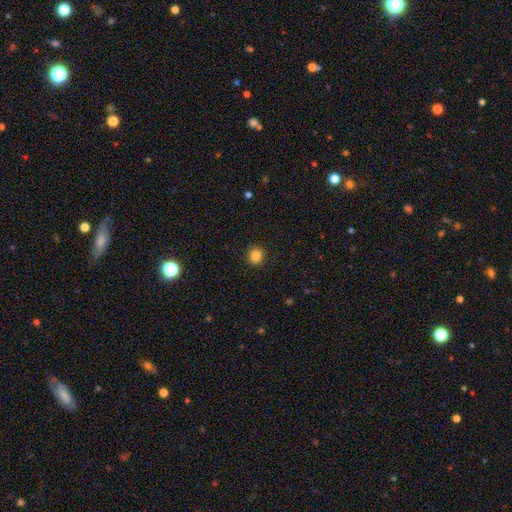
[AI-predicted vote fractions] smooth-or-featured: smooth: 85% | star or artifact: 11% | featured or disk: 4%
  how-rounded: round: 91% | in between: 8% | cigar-shaped: 1%
  merging: none: 92% | minor disturbance: 5% | major disturbance: 2% | merger: 1%